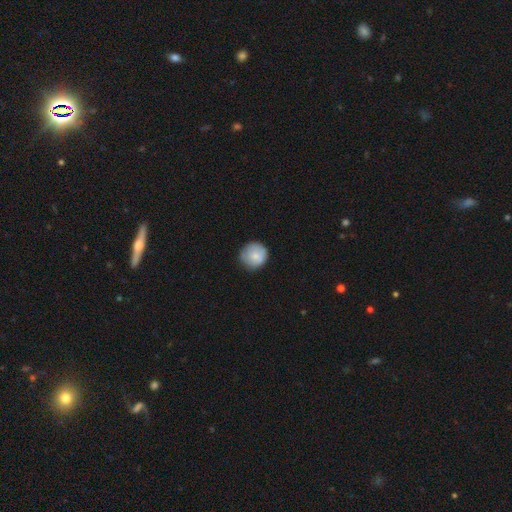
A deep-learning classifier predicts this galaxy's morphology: This is likely a smooth galaxy (77%). How rounded: clearly round (93%). Merging: likely none (80%).